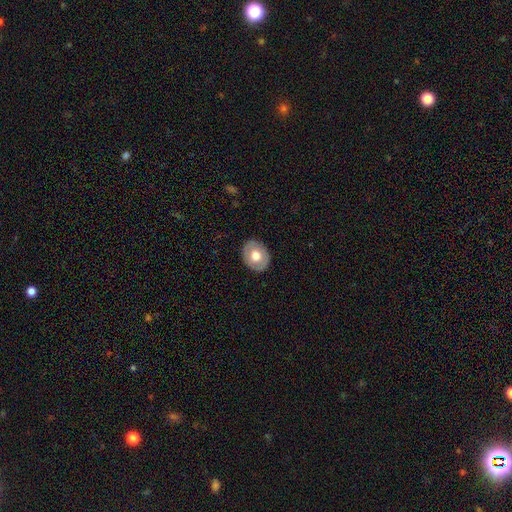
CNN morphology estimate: Smooth or featured?
  - smooth: 60% *
  - featured or disk: 34%
  - star or artifact: 6%
How rounded?
  - in between: 55% *
  - round: 44%
  - cigar-shaped: 1%
Merging?
  - none: 86% *
  - minor disturbance: 11%
  - major disturbance: 3%
  - merger: 1%